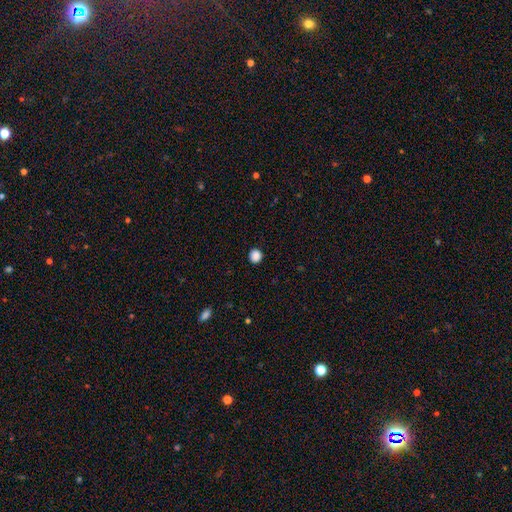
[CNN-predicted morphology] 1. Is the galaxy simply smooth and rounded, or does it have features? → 88% smooth, 10% star or artifact, 2% featured or disk.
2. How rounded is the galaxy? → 91% round, 8% in between, 1% cigar-shaped.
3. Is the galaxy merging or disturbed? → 93% none, 5% minor disturbance, 2% major disturbance, 1% merger.